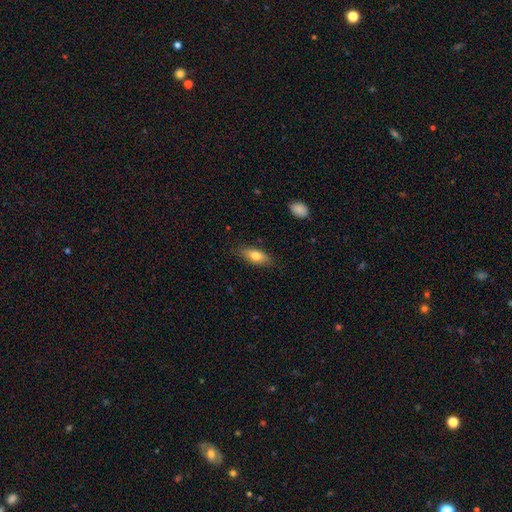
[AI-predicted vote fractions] A smooth galaxy with no disk features (74%) that is in between round and cigar-shaped (76%). Merging: none (83%).